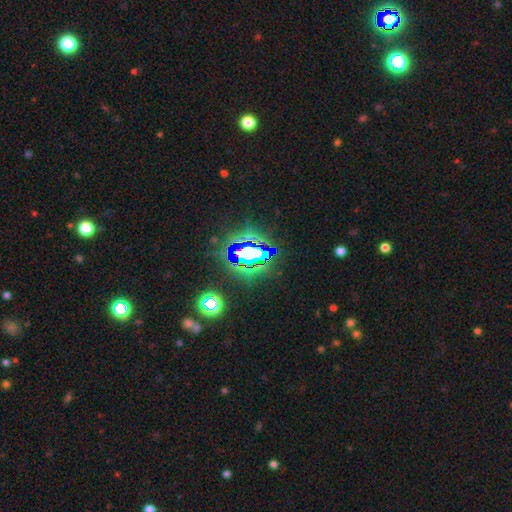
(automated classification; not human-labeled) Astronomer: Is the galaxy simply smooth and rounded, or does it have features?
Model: star or artifact — 81%.